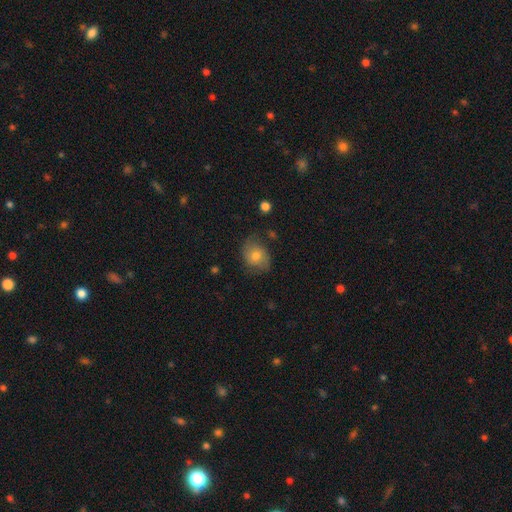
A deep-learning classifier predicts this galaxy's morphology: Smooth or featured? smooth (64%)
How rounded? round (50%)
Merging? none (62%)